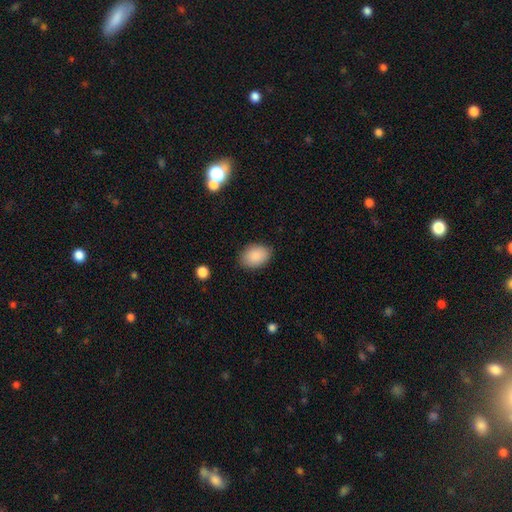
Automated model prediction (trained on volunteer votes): Smooth or featured: smooth — 88% (star or artifact — 7%)
How rounded: in between — 80% (round — 19%)
Merging: none — 85% (minor disturbance — 12%)